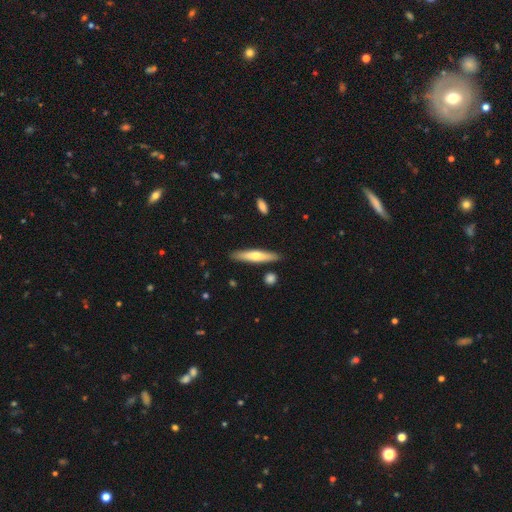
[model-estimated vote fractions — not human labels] smooth_or_featured: smooth (p=0.54) [alt: featured or disk p=0.41]
how_rounded: cigar-shaped (p=0.87) [alt: in between p=0.12]
merging: none (p=0.88) [alt: minor disturbance p=0.08]